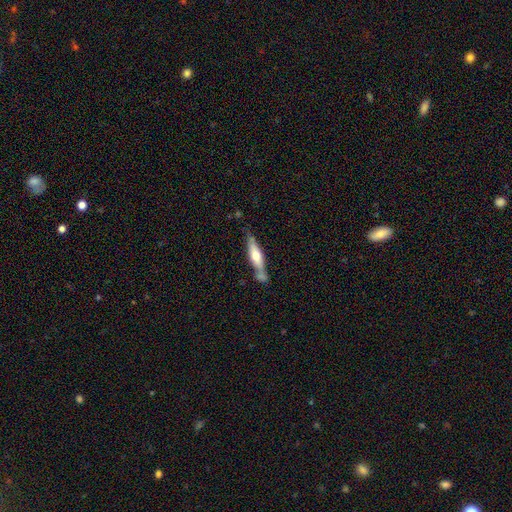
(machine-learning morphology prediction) Smooth or featured: featured or disk — 51% (smooth — 44%)
Edge-on disk: yes — 86% (no — 14%)
Merging: none — 58% (minor disturbance — 20%)